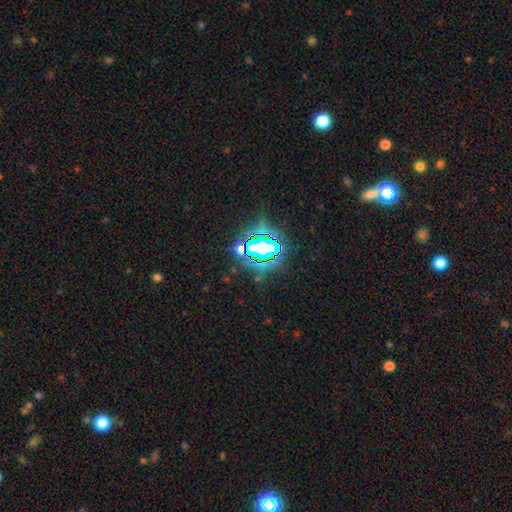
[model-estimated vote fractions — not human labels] A star or artifact, not a galaxy (80%).